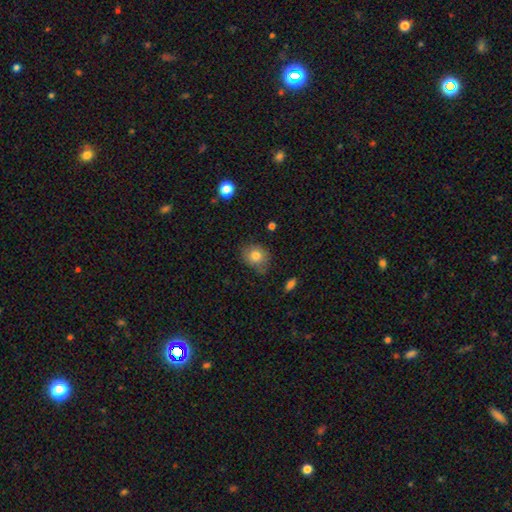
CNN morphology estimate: Smooth or featured? Predicted: smooth (p=0.78). How rounded? Predicted: round (p=0.60). Merging? Predicted: none (p=0.68).